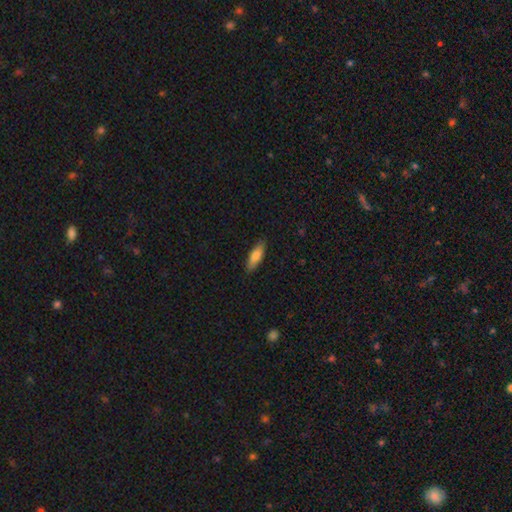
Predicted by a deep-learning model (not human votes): A smooth galaxy with no disk features (79%) that is in between round and cigar-shaped (54%). Merging: none (87%).